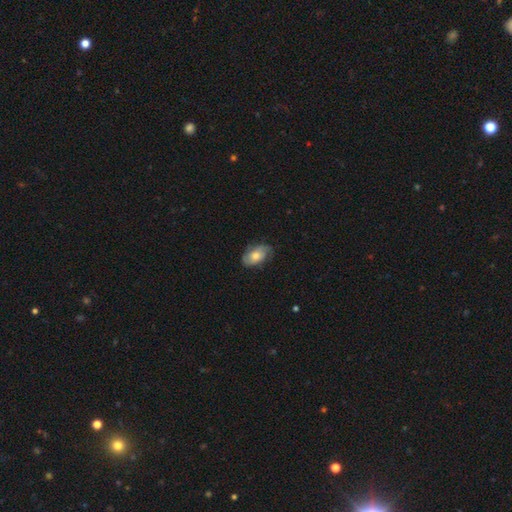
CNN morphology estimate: The model was most divided on "smooth or featured": featured or disk: 51%, smooth: 42%, star or artifact: 7%. More confident: edge-on disk — no (93%); merging — none (71%).